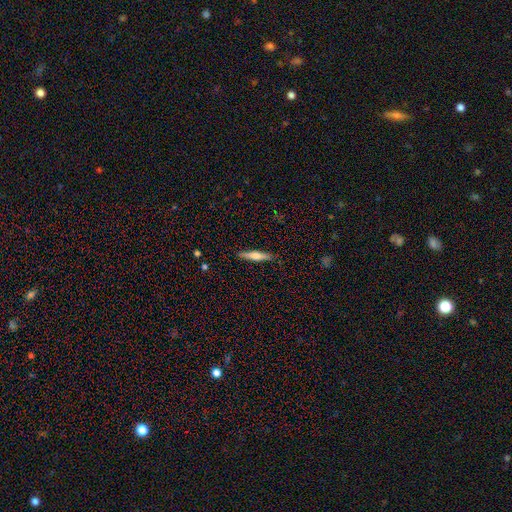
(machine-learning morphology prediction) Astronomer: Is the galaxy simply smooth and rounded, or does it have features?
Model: featured or disk — 52% (runner-up: smooth, 42%).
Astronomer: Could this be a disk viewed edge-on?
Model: yes — 97%.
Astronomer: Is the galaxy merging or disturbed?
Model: none — 90%.